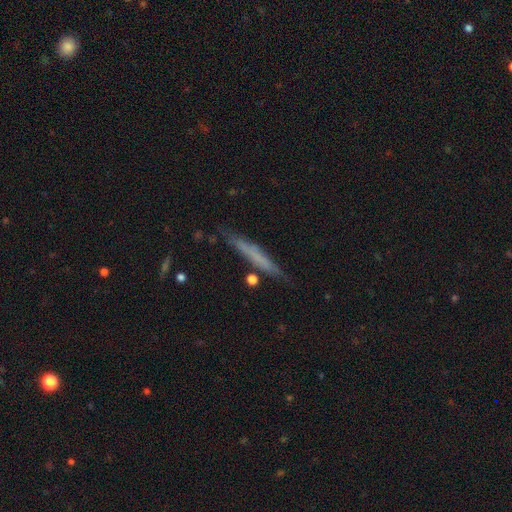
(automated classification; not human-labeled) Smooth or featured? Predicted: smooth (p=0.55). How rounded? Predicted: cigar-shaped (p=0.95). Merging? Predicted: none (p=0.81).